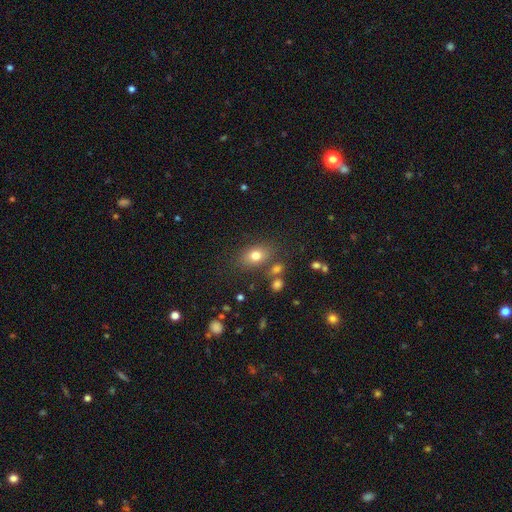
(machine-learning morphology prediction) Smooth or featured?
  - smooth: 77% *
  - star or artifact: 12%
  - featured or disk: 10%
How rounded?
  - in between: 72% *
  - round: 26%
  - cigar-shaped: 2%
Merging?
  - none: 75% *
  - minor disturbance: 12%
  - merger: 8%
  - major disturbance: 4%